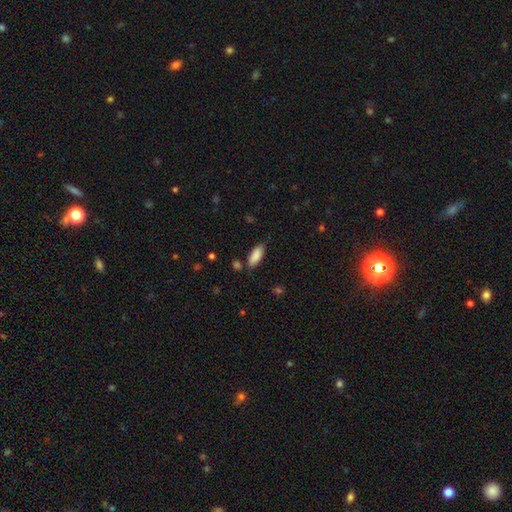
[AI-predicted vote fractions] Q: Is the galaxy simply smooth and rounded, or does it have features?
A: smooth — 88%.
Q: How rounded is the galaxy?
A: in between — 79%.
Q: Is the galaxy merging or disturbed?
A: none — 79%.